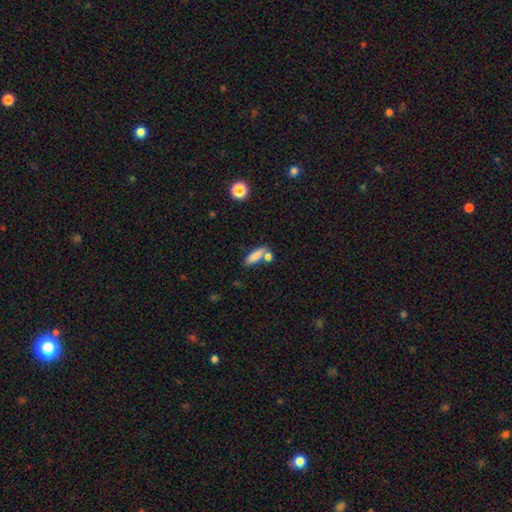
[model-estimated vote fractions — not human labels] Smooth or featured? smooth (82%)
How rounded? in between (51%)
Merging? none (56%)